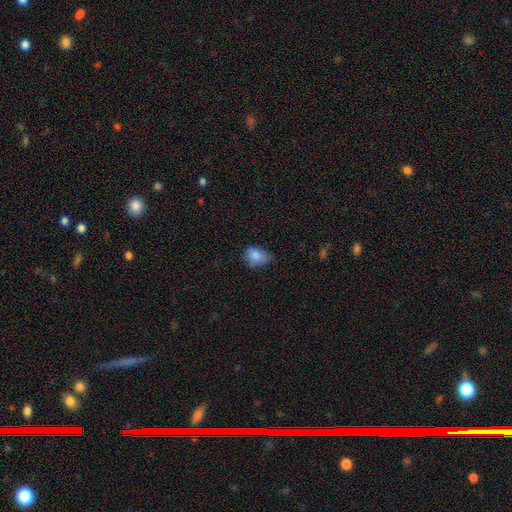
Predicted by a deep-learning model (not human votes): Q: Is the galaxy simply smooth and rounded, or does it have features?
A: smooth — 84%.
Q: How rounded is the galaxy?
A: in between — 74%.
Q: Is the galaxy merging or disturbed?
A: none — 51%.